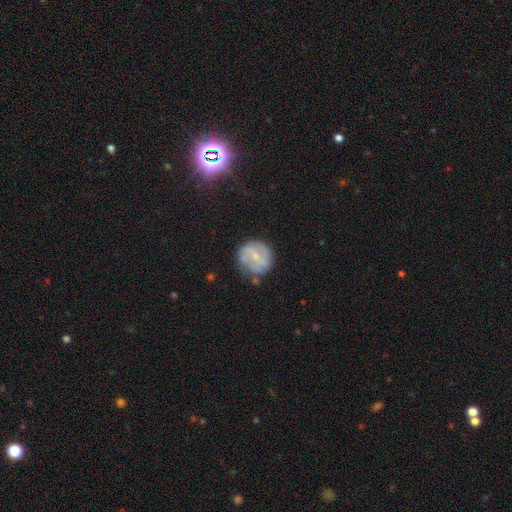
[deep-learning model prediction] Q: Smooth or featured?
A: featured or disk (54%); runner-up: smooth (38%)
Q: Edge-on disk?
A: no (97%); runner-up: yes (3%)
Q: Bar?
A: weak (47%); runner-up: no (36%)
Q: Spiral arms?
A: yes (66%); runner-up: no (34%)
Q: Bulge size?
A: small (67%); runner-up: moderate (25%)
Q: Merging?
A: none (70%); runner-up: minor disturbance (20%)